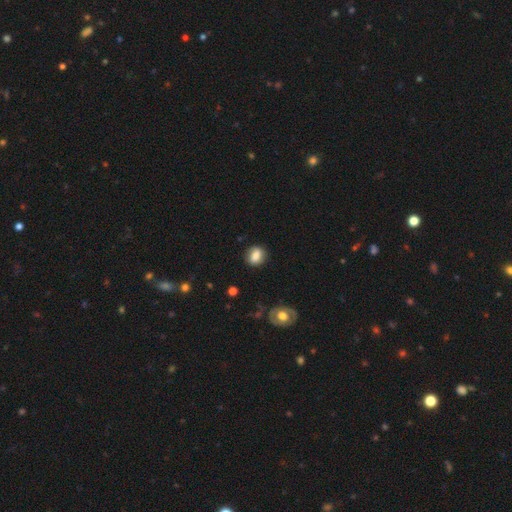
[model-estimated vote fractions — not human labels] The model was most divided on "how rounded": round: 54%, in between: 44%, cigar-shaped: 2%. More confident: merging — none (83%); smooth or featured — smooth (78%).